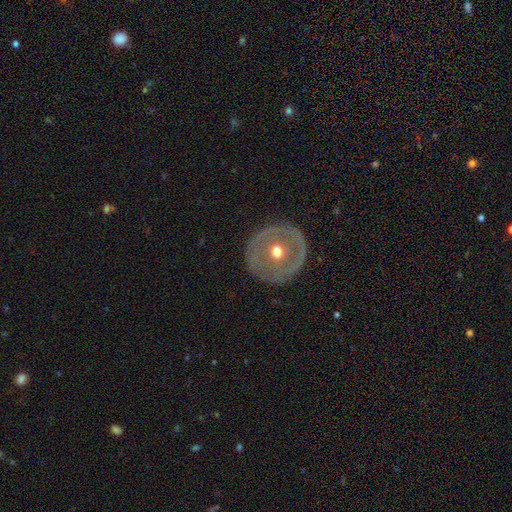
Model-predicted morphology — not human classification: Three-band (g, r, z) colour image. It shows a featured or disk galaxy (59%) with no bar (87%), no spiral arms (84%) and a moderate central bulge (72%). Merging: none (85%).